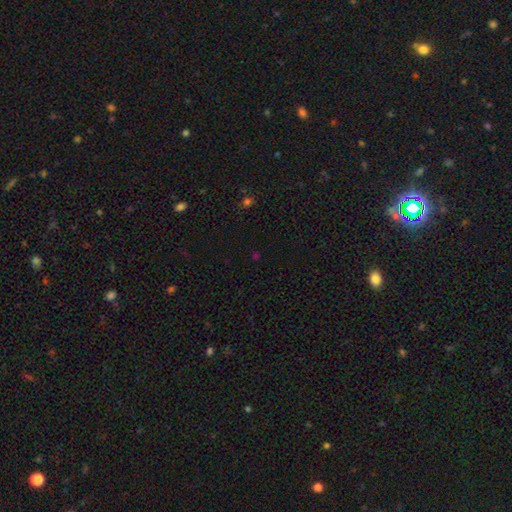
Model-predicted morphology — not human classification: Smooth or featured? Predicted: star or artifact (p=0.59).